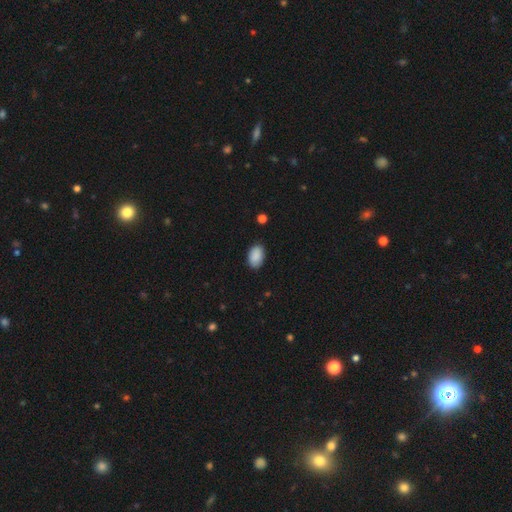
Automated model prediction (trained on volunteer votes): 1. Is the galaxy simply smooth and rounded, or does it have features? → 89% smooth, 7% star or artifact, 4% featured or disk.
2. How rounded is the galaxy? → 90% in between, 9% round, 1% cigar-shaped.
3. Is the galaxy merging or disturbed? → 84% none, 12% minor disturbance, 2% major disturbance, 1% merger.